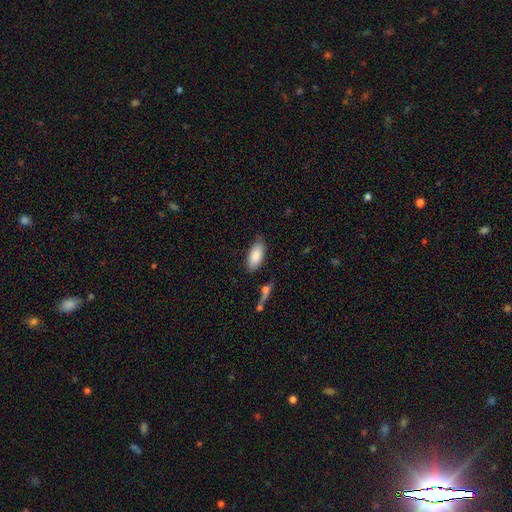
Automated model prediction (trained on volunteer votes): Smooth or featured? Predicted: smooth (p=0.87). How rounded? Predicted: in between (p=0.89). Merging? Predicted: none (p=0.76).